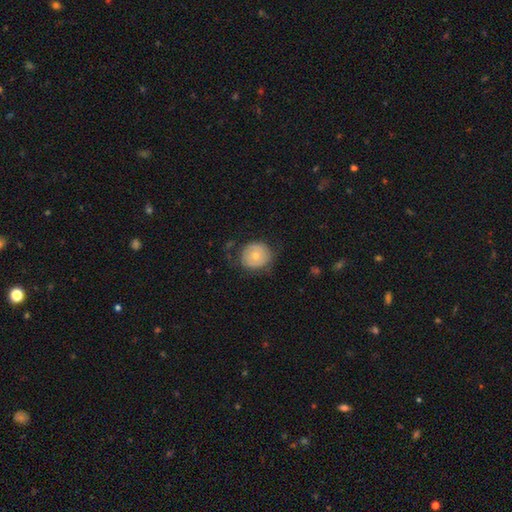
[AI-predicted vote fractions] The model was most divided on "smooth or featured": smooth: 59%, featured or disk: 34%, star or artifact: 7%. More confident: how rounded — round (87%); merging — none (65%).